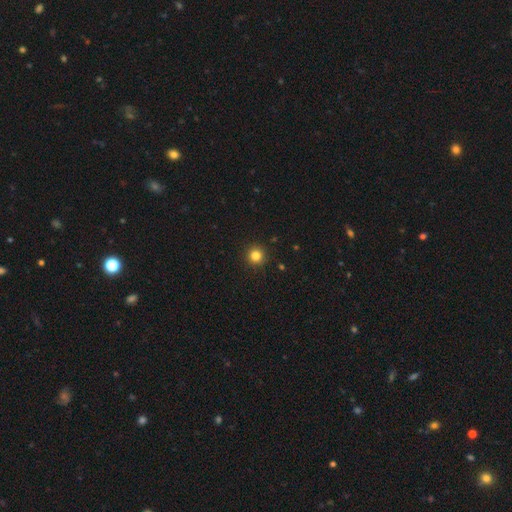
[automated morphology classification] smooth_or_featured: smooth (p=0.83) [alt: star or artifact p=0.12]
how_rounded: round (p=0.96) [alt: in between p=0.03]
merging: none (p=0.93) [alt: minor disturbance p=0.05]